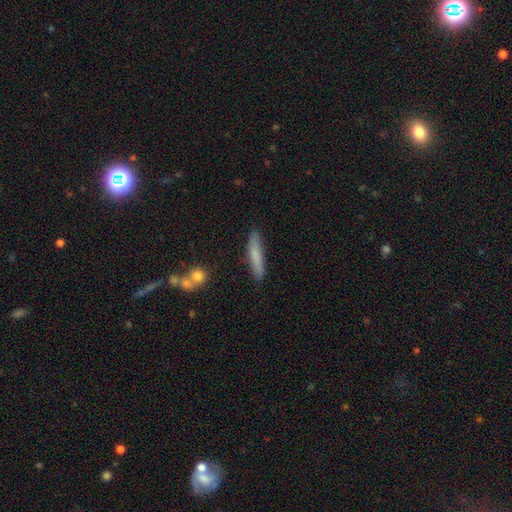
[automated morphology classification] Overall: smooth (73%). How rounded: cigar-shaped (89%). Merging: none (84%).